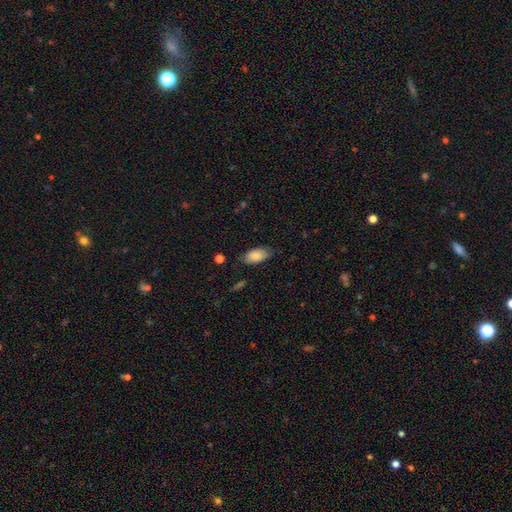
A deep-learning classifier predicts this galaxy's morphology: A smooth galaxy with no disk features (83%) that is in between round and cigar-shaped (93%).

Vote fractions:
- Smooth or featured? smooth: 83% / featured or disk: 10% / star or artifact: 7%
- How rounded? in between: 93% / round: 4% / cigar-shaped: 3%
- Merging? none: 73% / minor disturbance: 21% / major disturbance: 5% / merger: 2%